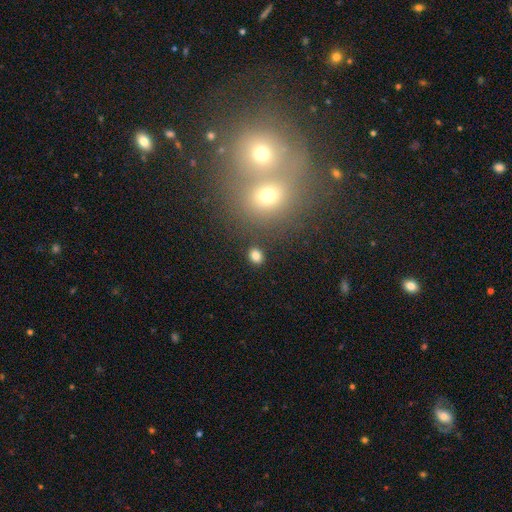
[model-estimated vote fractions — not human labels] This is clearly a smooth galaxy (81%). How rounded: possibly in between (50%). Merging: clearly none (84%).